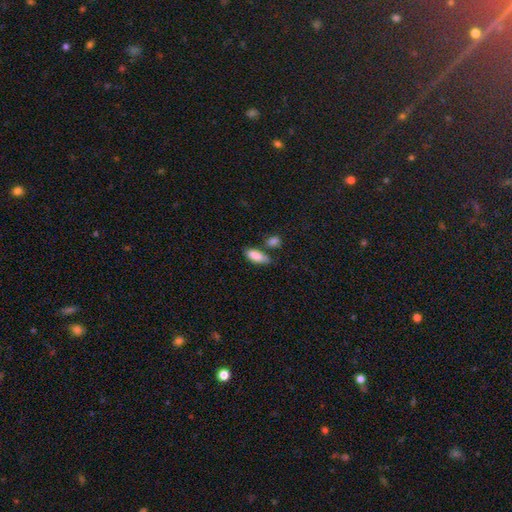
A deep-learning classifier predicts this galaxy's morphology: Smooth or featured? Predicted: smooth (p=0.85). How rounded? Predicted: in between (p=0.79). Merging? Predicted: none (p=0.58).